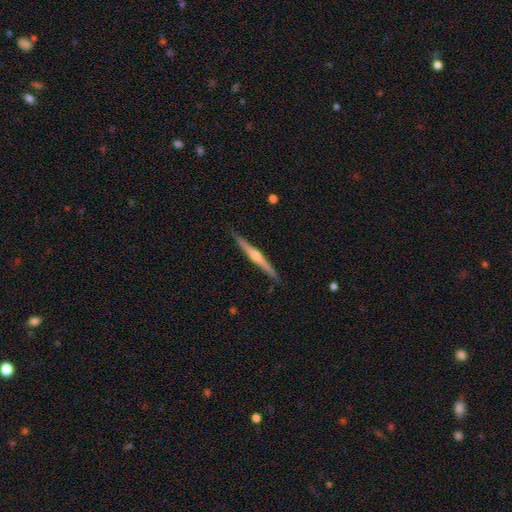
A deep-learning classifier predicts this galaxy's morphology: This is likely a featured or disk galaxy (78%). It is clearly viewed edge-on (98%). Edge-on bulge: clearly rounded (87%). Merging: clearly none (89%).